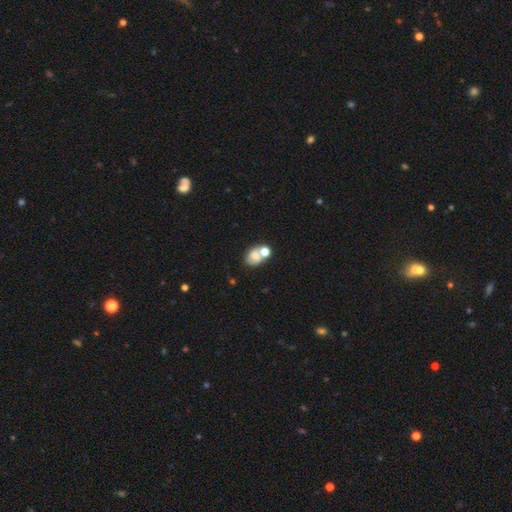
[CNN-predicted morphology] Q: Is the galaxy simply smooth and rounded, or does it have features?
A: smooth — 63%.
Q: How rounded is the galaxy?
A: in between — 64%.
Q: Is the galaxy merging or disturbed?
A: merger — 42%.